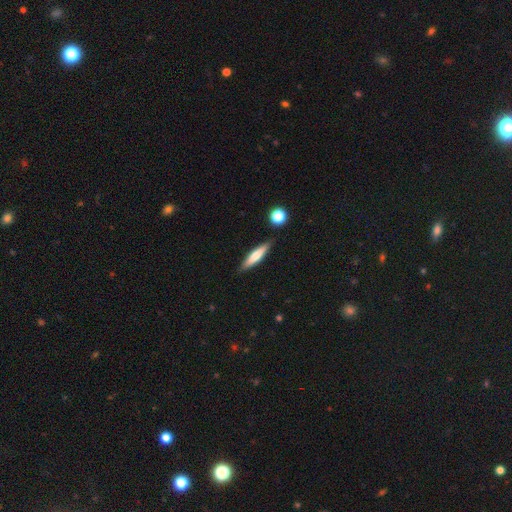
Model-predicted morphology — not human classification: Smooth or featured? Predicted: smooth (p=0.60). How rounded? Predicted: cigar-shaped (p=0.82). Merging? Predicted: none (p=0.86).